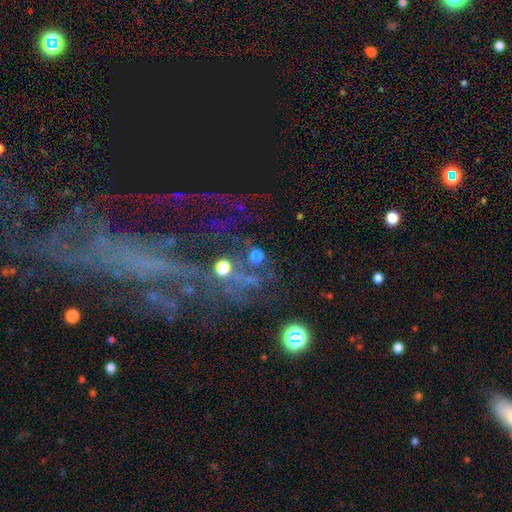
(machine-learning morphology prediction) This is possibly a smooth galaxy (55%). How rounded: clearly round (87%). Merging: likely none (63%).